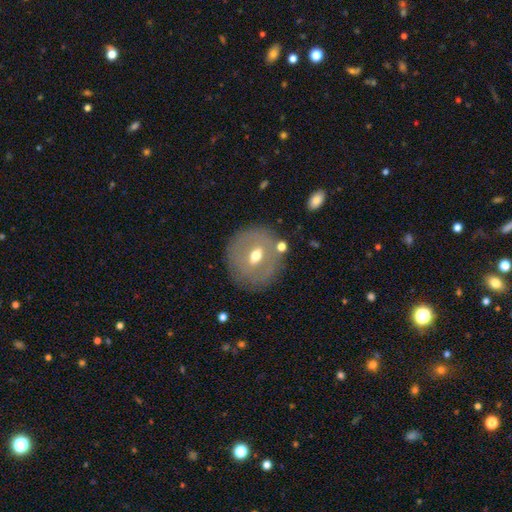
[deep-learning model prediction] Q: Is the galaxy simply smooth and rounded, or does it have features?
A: featured or disk — 46%.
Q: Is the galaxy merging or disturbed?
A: none — 78%.